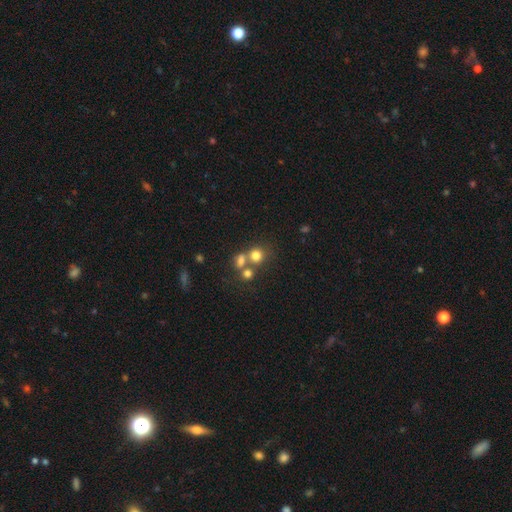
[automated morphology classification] Q: Smooth or featured?
A: smooth (73%); runner-up: star or artifact (16%)
Q: How rounded?
A: round (83%); runner-up: in between (16%)
Q: Merging?
A: none (51%); runner-up: merger (36%)